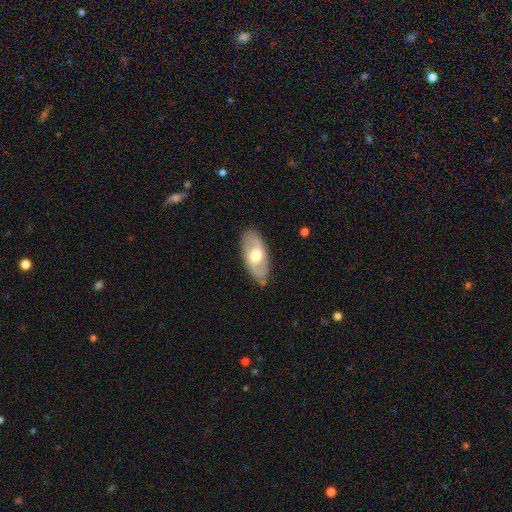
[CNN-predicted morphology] Q: Smooth or featured?
A: featured or disk (50%); runner-up: smooth (45%)
Q: Edge-on disk?
A: no (84%); runner-up: yes (16%)
Q: Merging?
A: none (82%); runner-up: minor disturbance (13%)